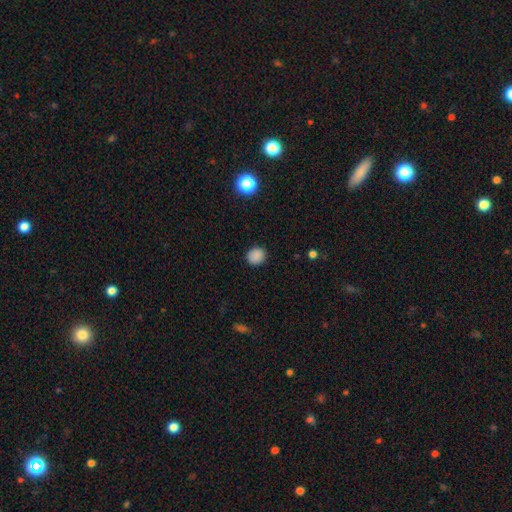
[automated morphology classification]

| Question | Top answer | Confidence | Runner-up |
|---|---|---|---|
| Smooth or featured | smooth | 86% | star or artifact (11%) |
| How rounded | round | 76% | in between (23%) |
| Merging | none | 89% | minor disturbance (8%) |